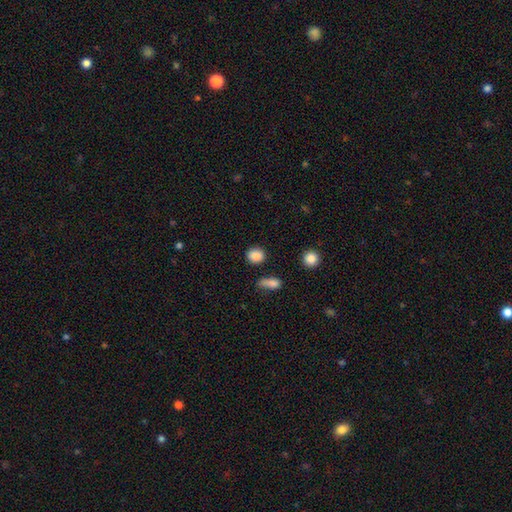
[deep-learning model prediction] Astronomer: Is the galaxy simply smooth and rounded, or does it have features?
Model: smooth — 87%.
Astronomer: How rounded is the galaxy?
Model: round — 70%.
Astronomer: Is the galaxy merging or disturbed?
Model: none — 82%.